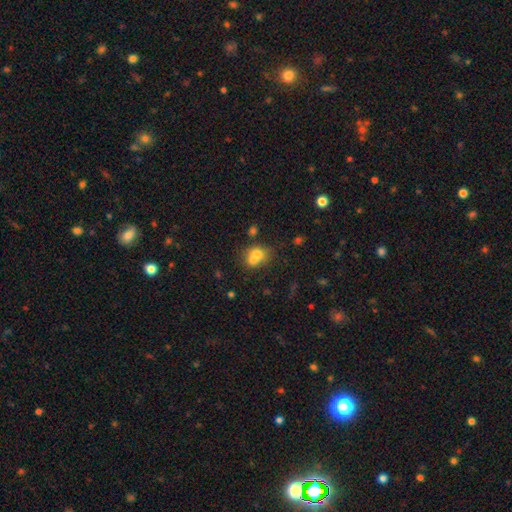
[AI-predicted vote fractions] Morphology: type=smooth (66%); roundness=round (65%); merging=merger (61%).